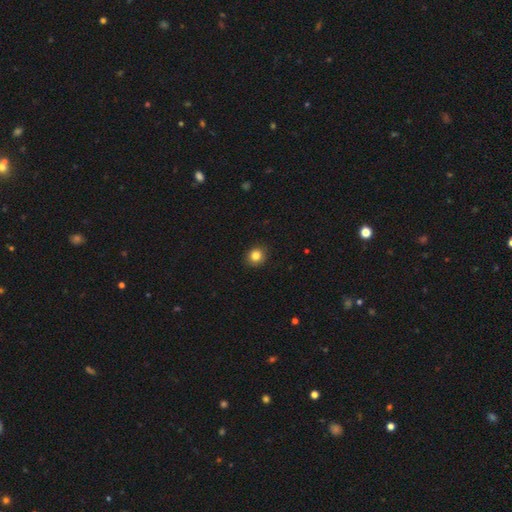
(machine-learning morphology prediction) This appears to be a smooth galaxy with no disk features (84%) that is round (85%). Merging: none (91%).